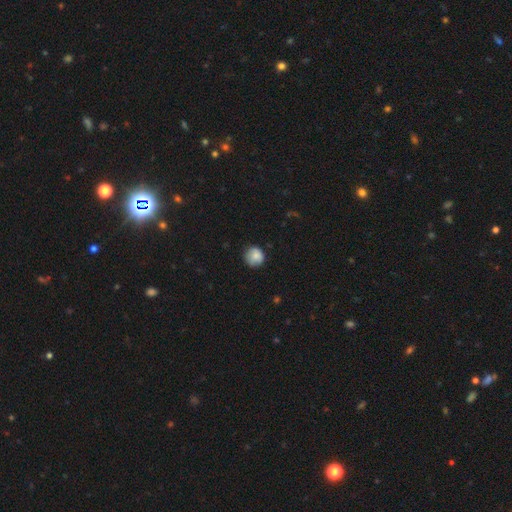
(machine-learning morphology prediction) A smooth galaxy with no disk features (84%) that is round (90%). Merging: none (76%).